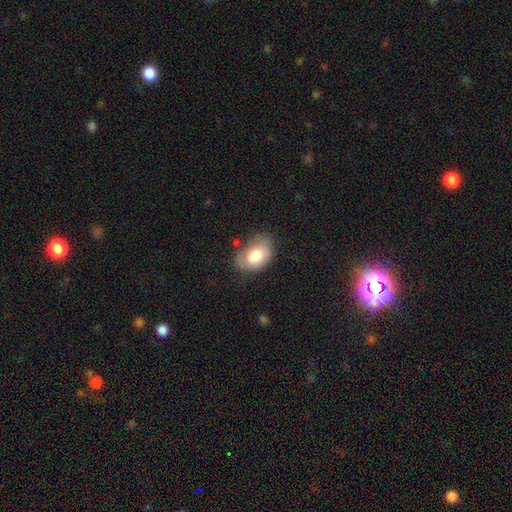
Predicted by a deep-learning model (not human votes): smooth 72%, featured or disk 21%, star or artifact 7%. Down the decision tree: how rounded — in between (85%); merging — none (56%).